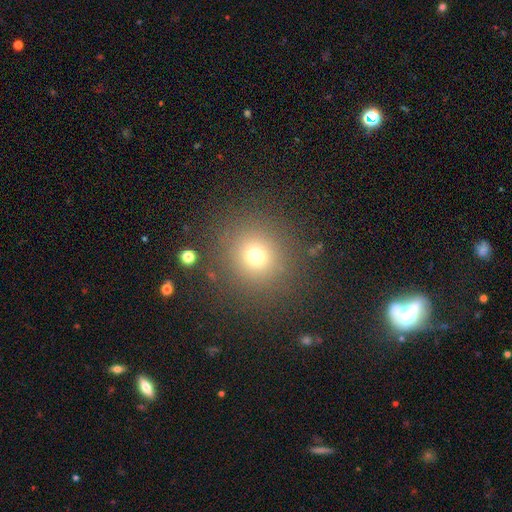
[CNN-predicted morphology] Q: Smooth or featured?
A: smooth (71%); runner-up: star or artifact (20%)
Q: How rounded?
A: round (92%); runner-up: in between (7%)
Q: Merging?
A: none (87%); runner-up: minor disturbance (7%)